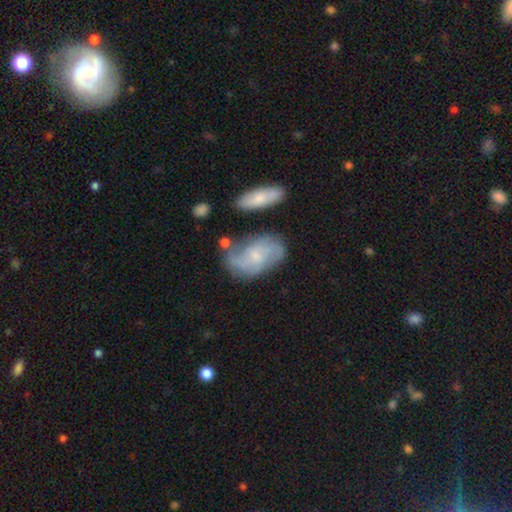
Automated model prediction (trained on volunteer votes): This appears to be a featured or disk galaxy (61%) with no bar (67%), spiral arms (84%) and a small central bulge (58%). Merging: none (58%).